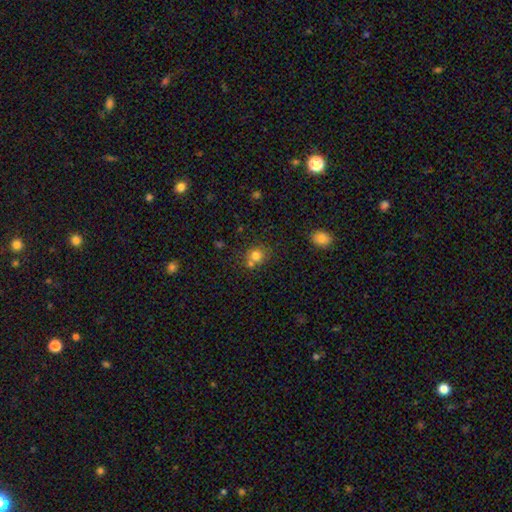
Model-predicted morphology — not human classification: Q: Smooth or featured?
A: smooth (77%); runner-up: star or artifact (13%)
Q: How rounded?
A: round (80%); runner-up: in between (20%)
Q: Merging?
A: none (54%); runner-up: merger (31%)